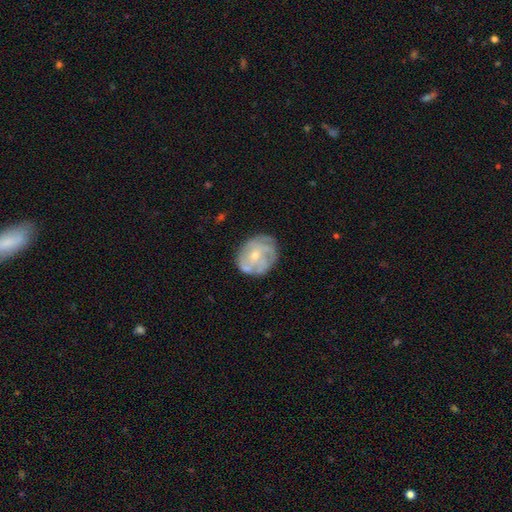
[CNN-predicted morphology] type=featured or disk (70%); edge-on=no (97%); bar=no (76%); spiral arms=yes (79%); winding=tight (55%); arm count=can't tell (43%); bulge=small (59%); merging=none (68%).